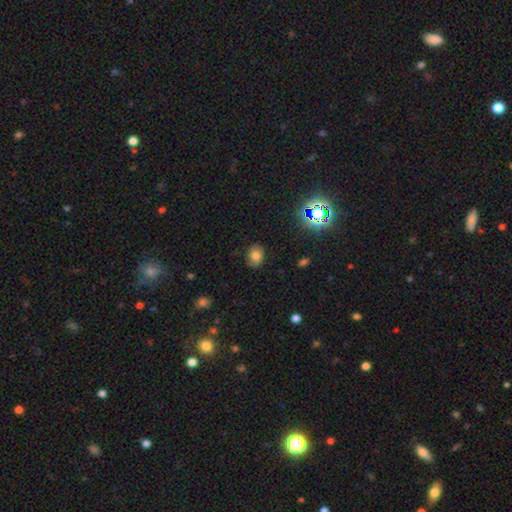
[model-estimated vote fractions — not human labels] Smooth or featured? smooth (75%)
How rounded? in between (59%)
Merging? none (83%)